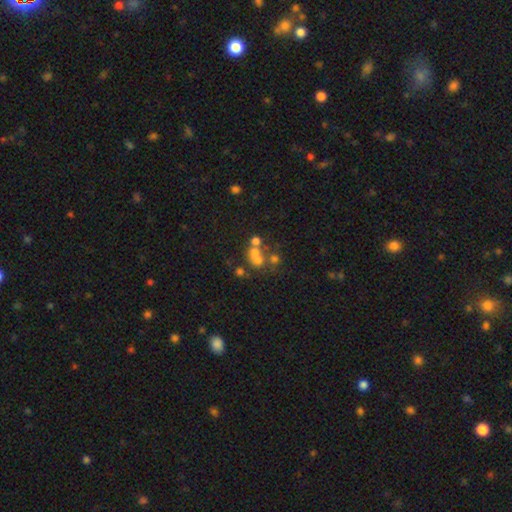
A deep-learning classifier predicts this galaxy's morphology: This appears to be a smooth galaxy with no disk features (51%) that is round (67%). Merging: merger (54%).